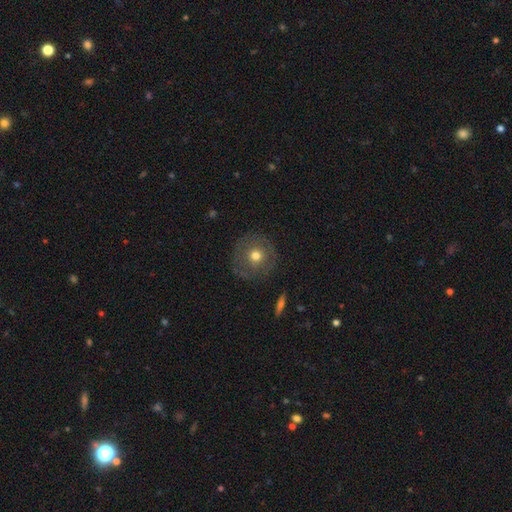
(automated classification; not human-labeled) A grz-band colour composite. It shows a smooth galaxy with no disk features (59%) that is round (94%). Merging: none (83%).